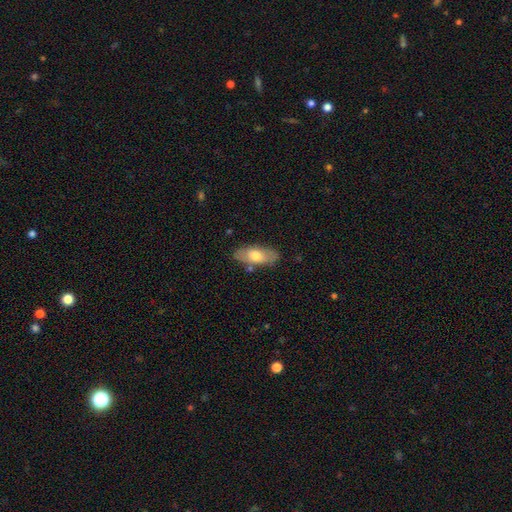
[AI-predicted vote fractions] Smooth or featured? Predicted: smooth (p=0.68). How rounded? Predicted: in between (p=0.86). Merging? Predicted: none (p=0.78).